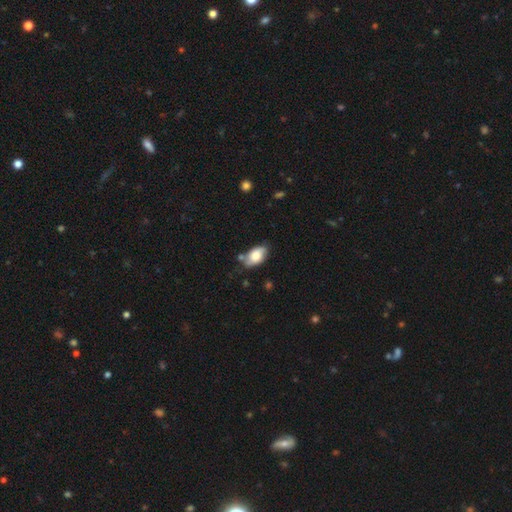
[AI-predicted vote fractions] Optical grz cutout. It shows a smooth galaxy with no disk features (75%) that is in between round and cigar-shaped (92%). Merging: none (61%).